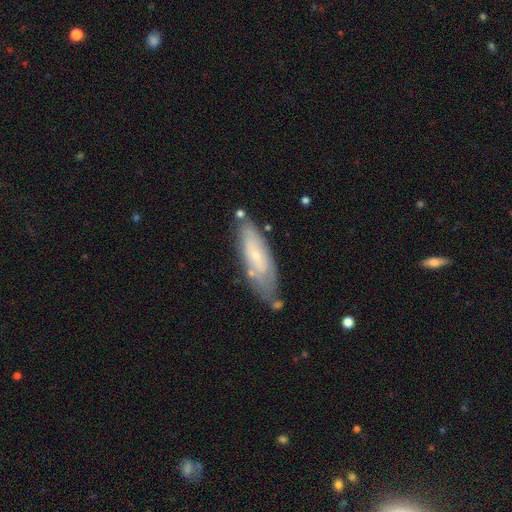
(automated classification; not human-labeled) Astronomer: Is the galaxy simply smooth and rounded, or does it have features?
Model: featured or disk — 49% (runner-up: smooth, 44%).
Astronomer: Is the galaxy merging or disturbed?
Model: none — 65%.